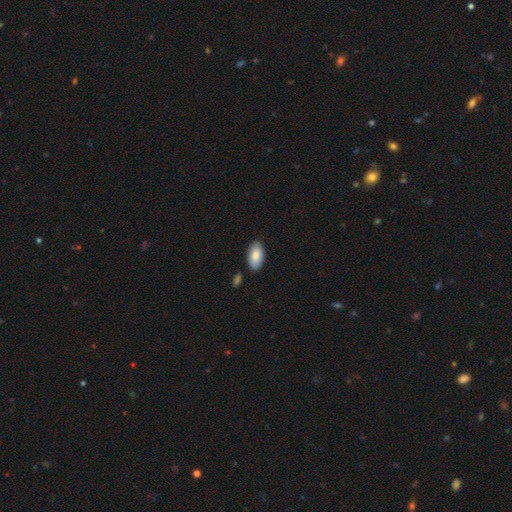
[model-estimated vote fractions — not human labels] Smooth or featured: smooth — 85% (featured or disk — 9%)
How rounded: in between — 95% (round — 3%)
Merging: none — 84% (minor disturbance — 11%)